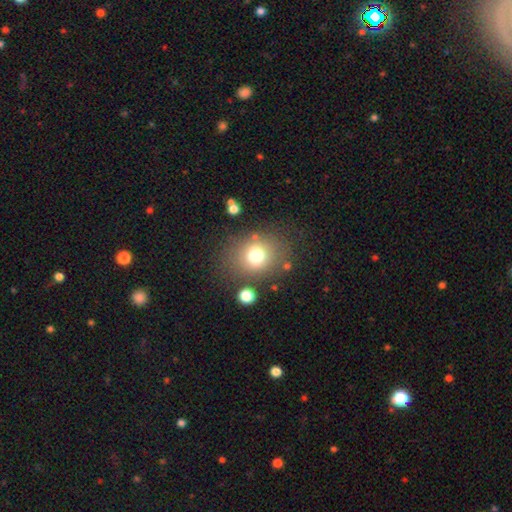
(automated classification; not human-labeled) A smooth galaxy with no disk features (74%) that is round (63%).

Vote fractions:
- Smooth or featured? smooth: 74% / featured or disk: 13% / star or artifact: 13%
- How rounded? round: 63% / in between: 37% / cigar-shaped: 1%
- Merging? none: 74% / minor disturbance: 13% / major disturbance: 7% / merger: 6%